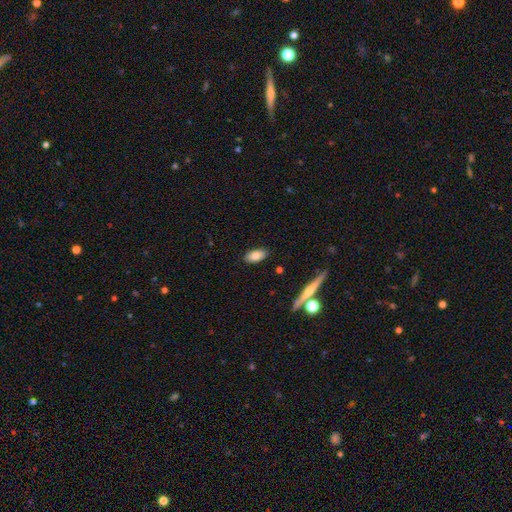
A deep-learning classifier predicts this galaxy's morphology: A smooth galaxy with no disk features (82%) that is in between round and cigar-shaped (91%).

Vote fractions:
- Smooth or featured? smooth: 82% / featured or disk: 10% / star or artifact: 7%
- How rounded? in between: 91% / cigar-shaped: 6% / round: 3%
- Merging? none: 87% / minor disturbance: 9% / major disturbance: 2% / merger: 2%